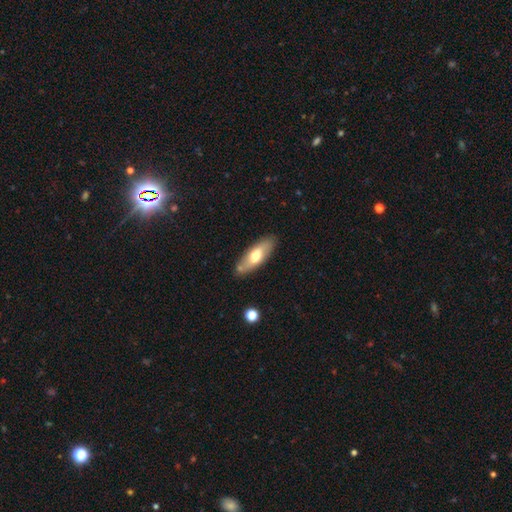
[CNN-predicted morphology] smooth_or_featured: smooth (p=0.62) [alt: featured or disk p=0.32]
how_rounded: in between (p=0.66) [alt: cigar-shaped p=0.32]
merging: none (p=0.80) [alt: minor disturbance p=0.13]